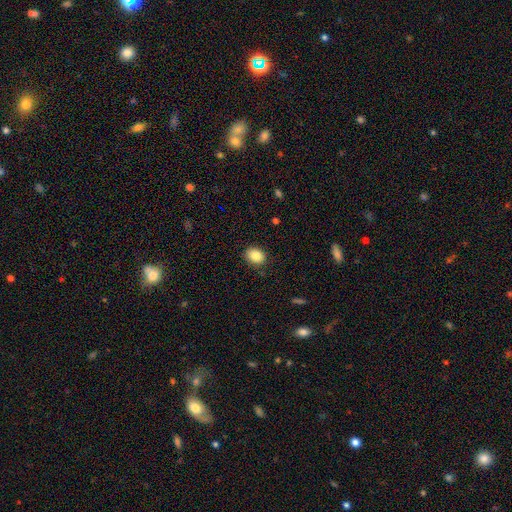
Smooth or featured?
  - smooth: 90% *
  - featured or disk: 8%
  - star or artifact: 3%
How rounded?
  - in between: 60% *
  - round: 40%
  - cigar-shaped: 0%
Merging?
  - none: 92% *
  - minor disturbance: 8%
  - major disturbance: 0%
  - merger: 0%